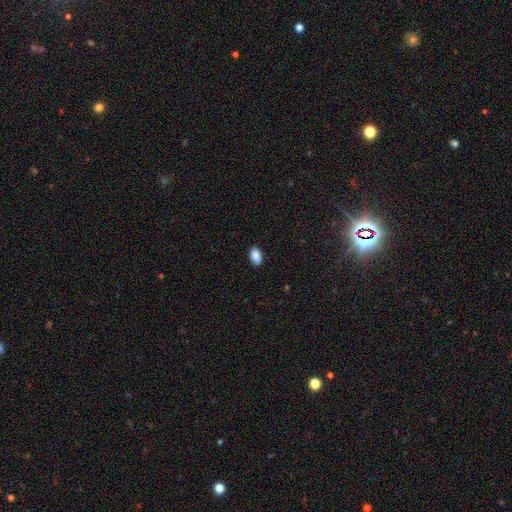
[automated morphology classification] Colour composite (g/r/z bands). It shows a smooth galaxy with no disk features (89%) that is in between round and cigar-shaped (92%). Merging: none (87%).